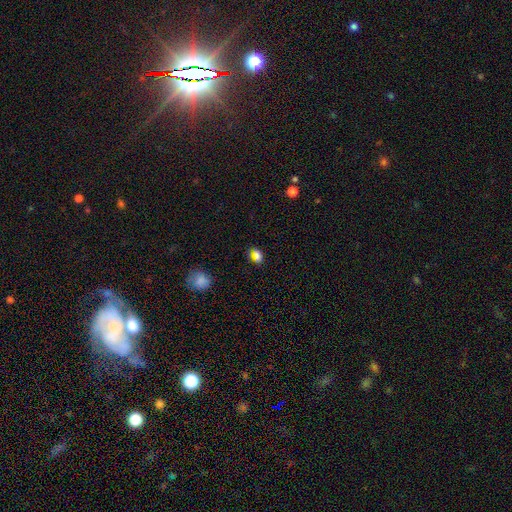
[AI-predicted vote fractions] smooth-or-featured: smooth: 75% | star or artifact: 18% | featured or disk: 8%
  how-rounded: in between: 73% | round: 24% | cigar-shaped: 3%
  merging: none: 76% | minor disturbance: 16% | major disturbance: 4% | merger: 4%